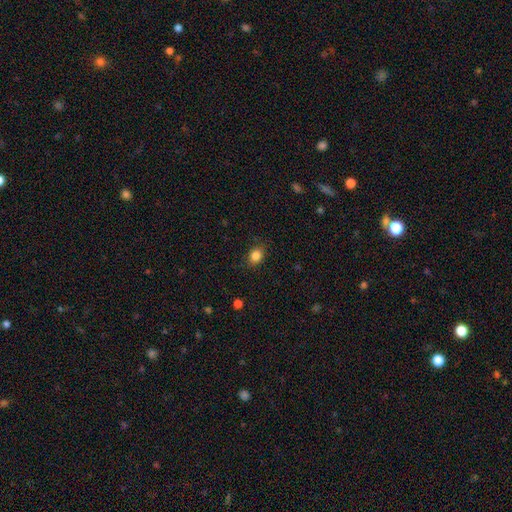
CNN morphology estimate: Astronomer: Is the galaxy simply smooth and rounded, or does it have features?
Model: smooth — 85%.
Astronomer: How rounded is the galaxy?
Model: in between — 53% (runner-up: round, 46%).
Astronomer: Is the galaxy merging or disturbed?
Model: none — 84%.